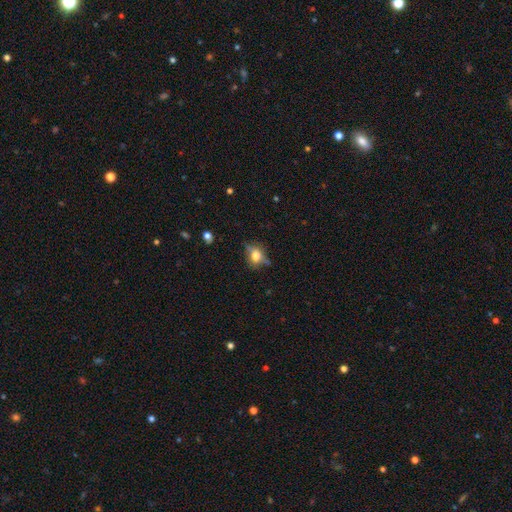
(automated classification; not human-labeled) Morphology: type=smooth (49%); merging=none (64%).